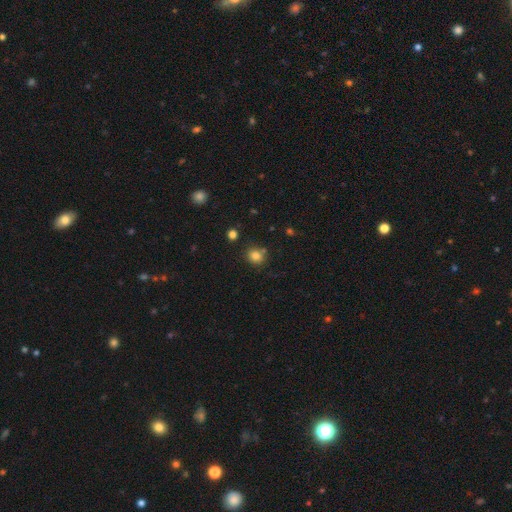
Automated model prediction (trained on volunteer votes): Smooth or featured: smooth — 81% (star or artifact — 13%)
How rounded: round — 85% (in between — 14%)
Merging: none — 79% (minor disturbance — 10%)